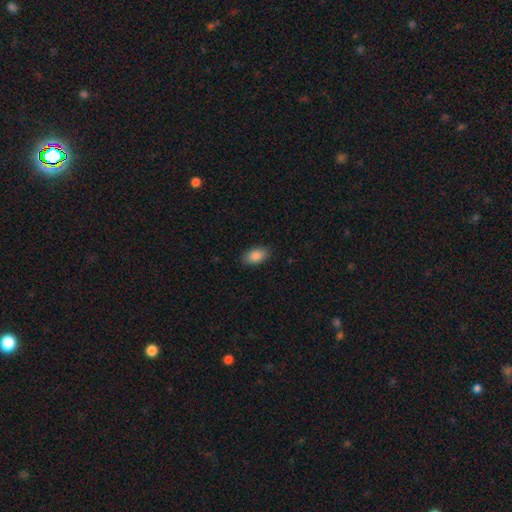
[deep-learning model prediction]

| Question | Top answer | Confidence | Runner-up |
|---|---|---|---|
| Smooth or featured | smooth | 87% | star or artifact (7%) |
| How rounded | in between | 92% | round (6%) |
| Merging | none | 88% | minor disturbance (9%) |